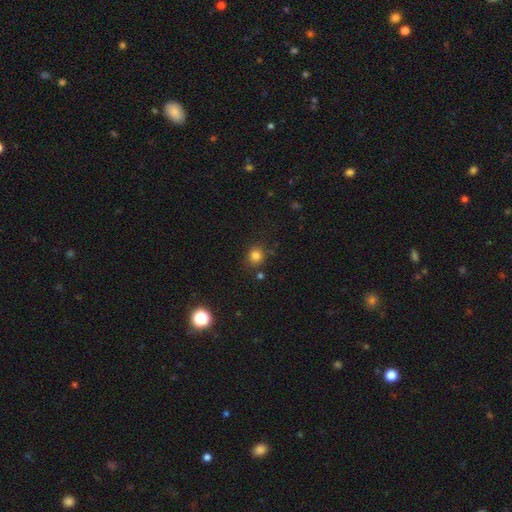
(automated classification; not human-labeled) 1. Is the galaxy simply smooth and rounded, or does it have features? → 81% smooth, 14% star or artifact, 5% featured or disk.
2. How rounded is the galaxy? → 83% round, 16% in between, 1% cigar-shaped.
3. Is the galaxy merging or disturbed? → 80% none, 11% minor disturbance, 5% merger, 4% major disturbance.